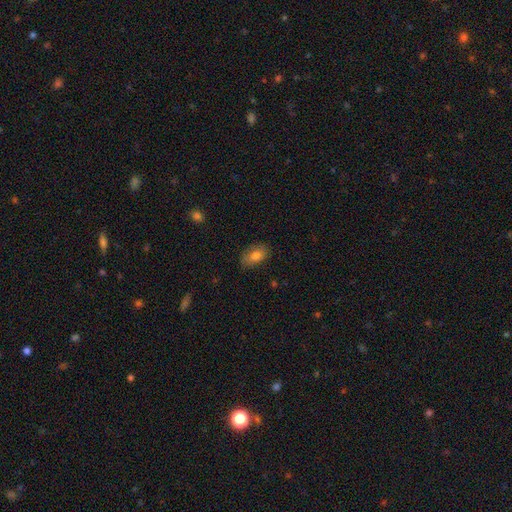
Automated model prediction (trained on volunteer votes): Smooth or featured: smooth — 80% (featured or disk — 13%)
How rounded: in between — 89% (round — 9%)
Merging: none — 77% (minor disturbance — 19%)